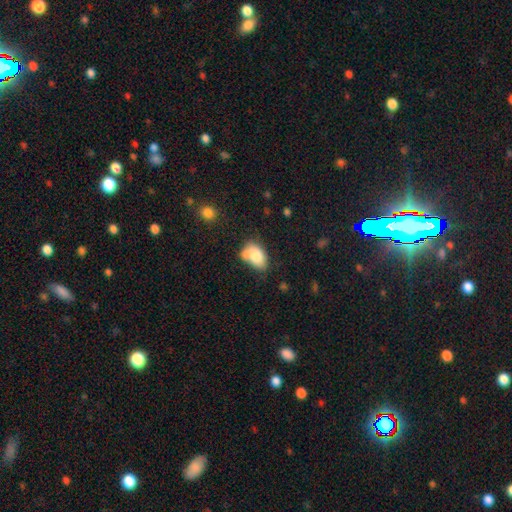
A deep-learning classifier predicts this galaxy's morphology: A smooth galaxy with no disk features (76%) that is in between round and cigar-shaped (87%).

Vote fractions:
- Smooth or featured? smooth: 76% / featured or disk: 16% / star or artifact: 8%
- How rounded? in between: 87% / round: 11% / cigar-shaped: 1%
- Merging? merger: 35% / none: 34% / minor disturbance: 22% / major disturbance: 9%